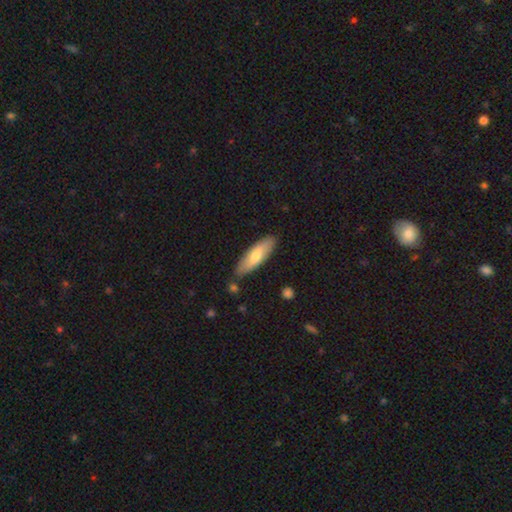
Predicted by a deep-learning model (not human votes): Morphology: type=smooth (71%); roundness=cigar-shaped (50%); merging=none (84%).